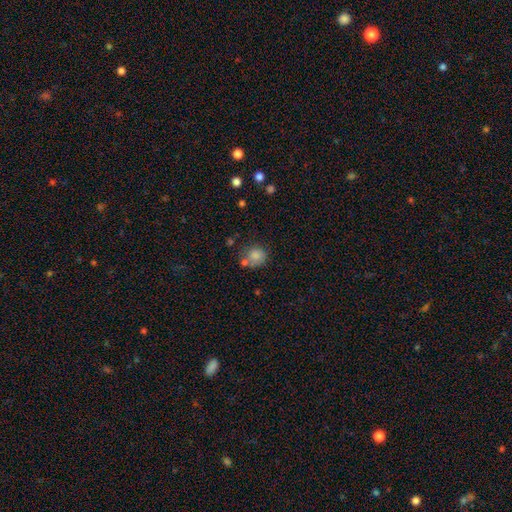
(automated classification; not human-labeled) A smooth galaxy with no disk features (81%) that is round (79%). Merging: none (57%).